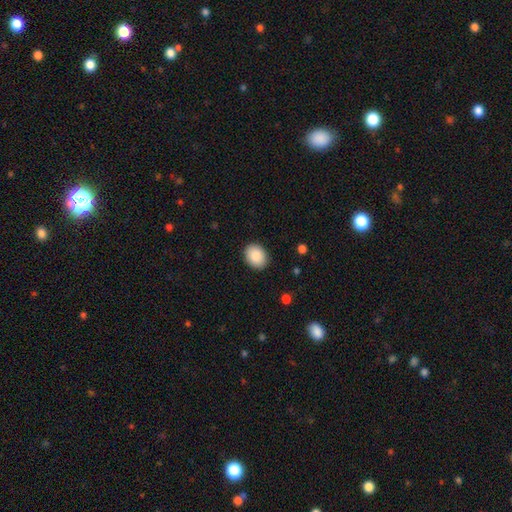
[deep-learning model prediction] Smooth or featured: smooth — 88% (star or artifact — 7%)
How rounded: in between — 55% (round — 44%)
Merging: none — 90% (minor disturbance — 7%)